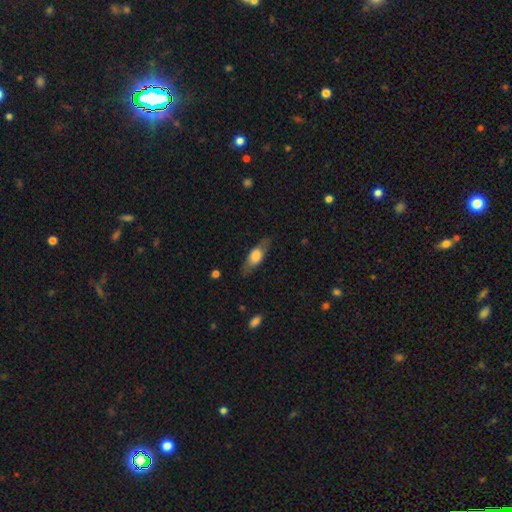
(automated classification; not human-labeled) The model was most divided on "smooth or featured": smooth: 58%, featured or disk: 36%, star or artifact: 6%. More confident: merging — none (77%); how rounded — in between (69%).